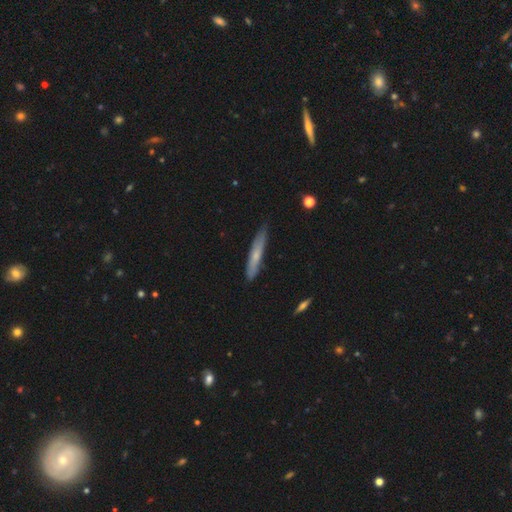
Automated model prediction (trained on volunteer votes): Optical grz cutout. It shows a smooth galaxy with no disk features (57%) that is cigar-shaped (92%). Merging: none (80%).